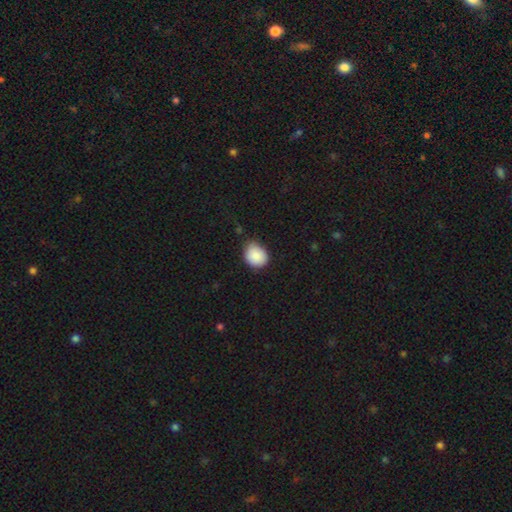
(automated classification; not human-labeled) Smooth or featured: smooth — 88% (star or artifact — 8%)
How rounded: round — 54% (in between — 45%)
Merging: none — 68% (minor disturbance — 26%)